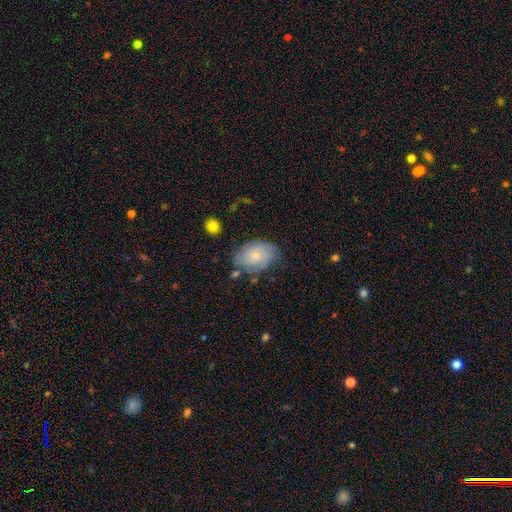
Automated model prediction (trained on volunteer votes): Overall: featured or disk (53%; smooth 39%). Edge-on disk: no (96%). Bar: no (80%). Spiral arms: yes (82%). Bulge size: small (67%; moderate 29%). Merging: none (67%).